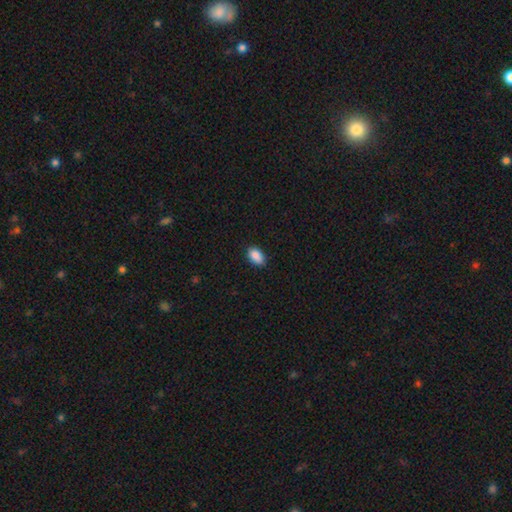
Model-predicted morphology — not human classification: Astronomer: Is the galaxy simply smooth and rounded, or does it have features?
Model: smooth — 89%.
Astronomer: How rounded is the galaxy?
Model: in between — 89%.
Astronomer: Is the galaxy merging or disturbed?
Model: none — 84%.